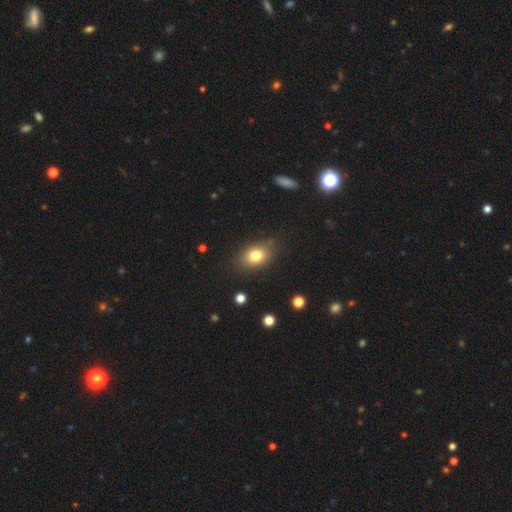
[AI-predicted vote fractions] Smooth or featured: smooth — 79% (star or artifact — 11%)
How rounded: in between — 74% (round — 25%)
Merging: none — 81% (minor disturbance — 14%)